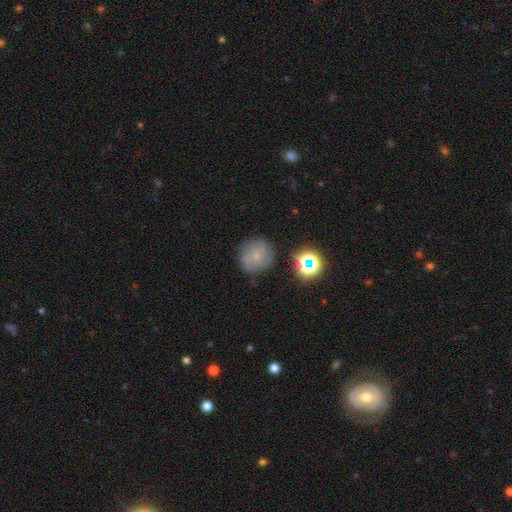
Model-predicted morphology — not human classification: Smooth or featured? Predicted: smooth (p=0.62). How rounded? Predicted: round (p=0.89). Merging? Predicted: none (p=0.75).